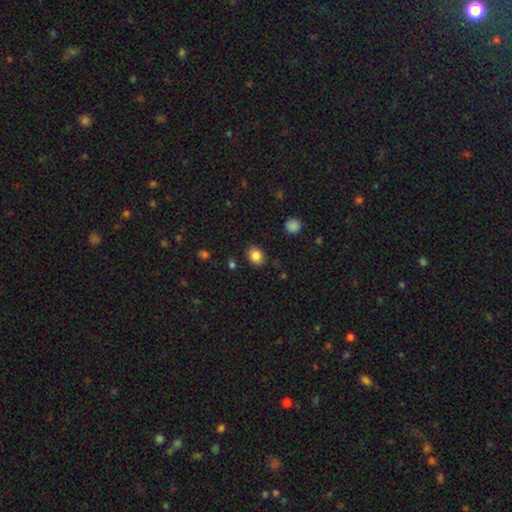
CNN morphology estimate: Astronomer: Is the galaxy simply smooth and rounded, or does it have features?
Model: smooth — 85%.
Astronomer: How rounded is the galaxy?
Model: round — 59% (runner-up: in between, 41%).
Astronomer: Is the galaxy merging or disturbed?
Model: none — 84%.